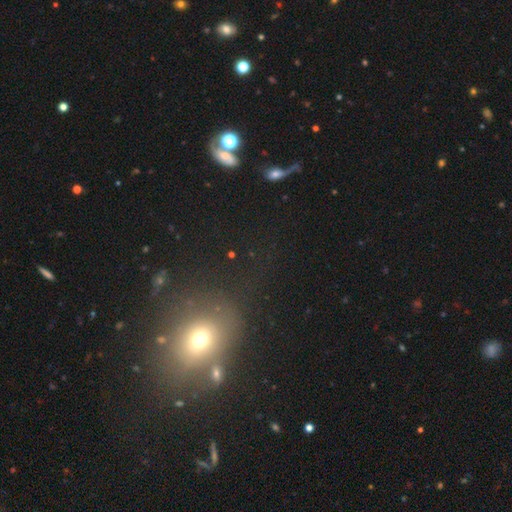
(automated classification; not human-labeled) This is possibly a smooth galaxy (55%). How rounded: possibly round (50%). Merging: likely none (76%).